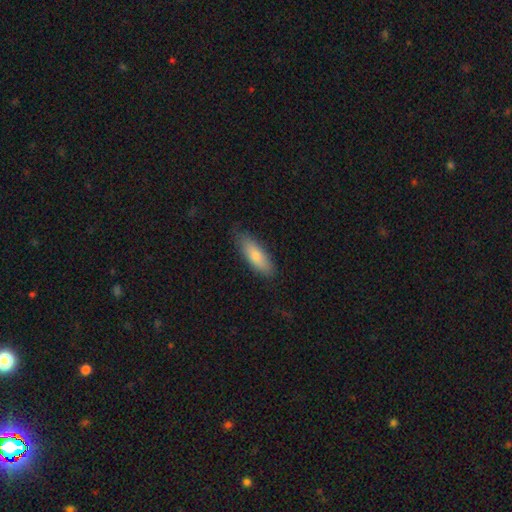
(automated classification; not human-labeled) A smooth galaxy with no disk features (76%) that is in between round and cigar-shaped (58%). Merging: none (80%).